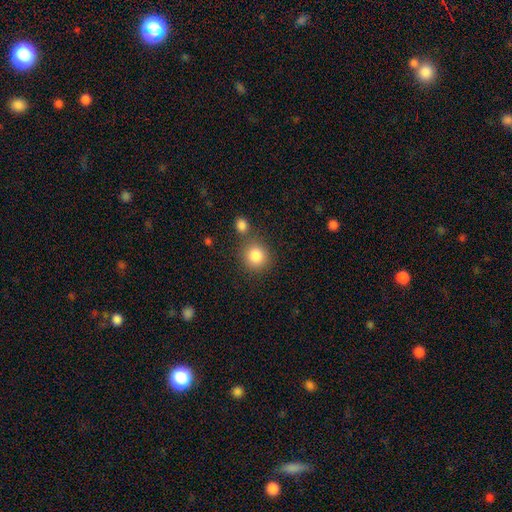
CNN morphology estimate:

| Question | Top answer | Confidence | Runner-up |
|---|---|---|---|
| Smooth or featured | smooth | 85% | star or artifact (9%) |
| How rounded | round | 90% | in between (9%) |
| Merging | none | 73% | merger (14%) |